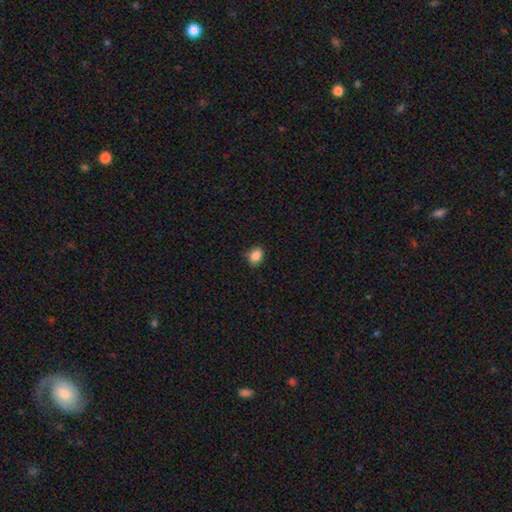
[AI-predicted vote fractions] smooth_or_featured: smooth (p=0.86) [alt: star or artifact p=0.10]
how_rounded: in between (p=0.62) [alt: round p=0.37]
merging: none (p=0.71) [alt: minor disturbance p=0.23]